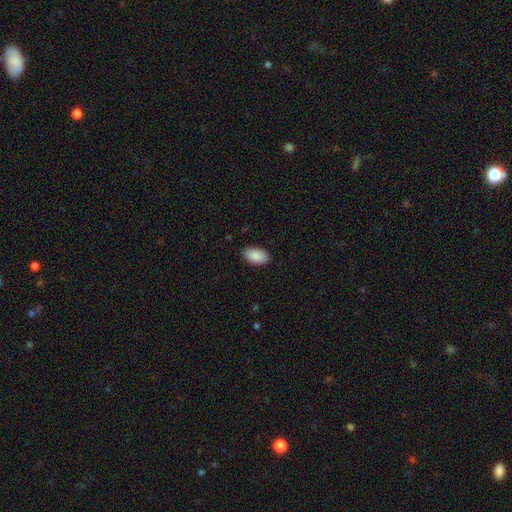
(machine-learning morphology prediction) smooth-or-featured: smooth: 89% | star or artifact: 6% | featured or disk: 4%
  how-rounded: in between: 95% | round: 4% | cigar-shaped: 2%
  merging: none: 86% | minor disturbance: 11% | major disturbance: 2% | merger: 1%